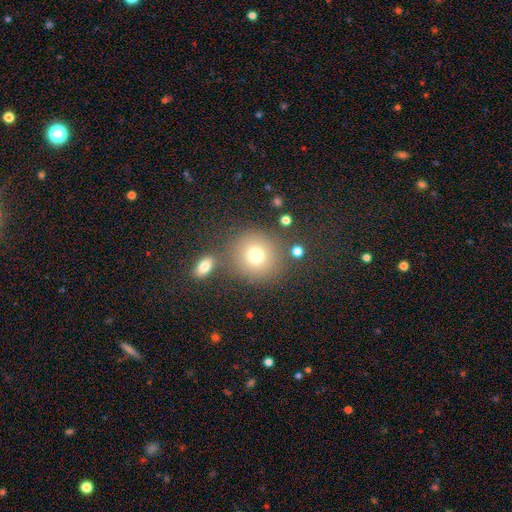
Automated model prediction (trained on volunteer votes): The model was most divided on "smooth or featured": smooth: 75%, star or artifact: 14%, featured or disk: 11%. More confident: how rounded — round (90%); merging — none (74%).